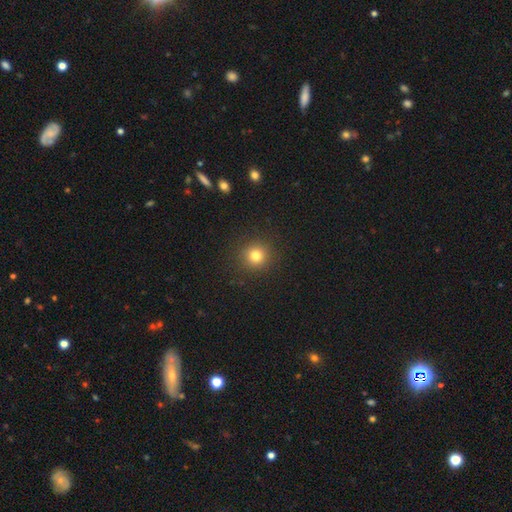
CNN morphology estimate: smooth-or-featured: smooth: 80% | star or artifact: 14% | featured or disk: 6%
  how-rounded: round: 93% | in between: 6% | cigar-shaped: 1%
  merging: none: 91% | minor disturbance: 6% | major disturbance: 2% | merger: 1%